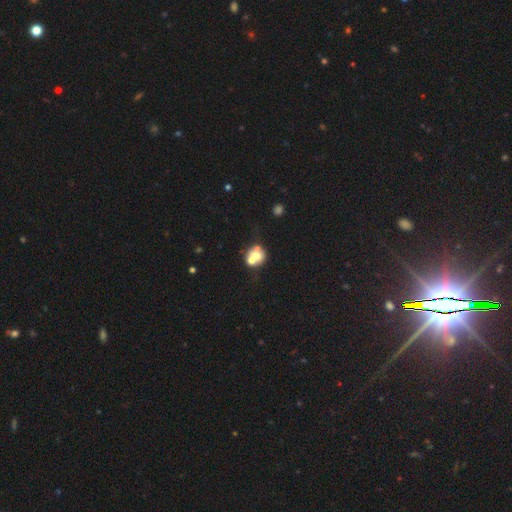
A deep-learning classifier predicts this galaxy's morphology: Overall: smooth (57%; featured or disk 30%). How rounded: round (68%; in between 30%). Merging: merger (49%; none 36%).